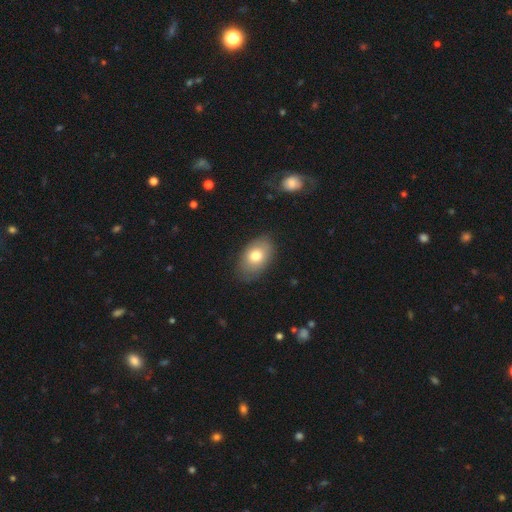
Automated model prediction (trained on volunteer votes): smooth 75%, featured or disk 18%, star or artifact 7%. Down the decision tree: how rounded — in between (89%); merging — none (82%).